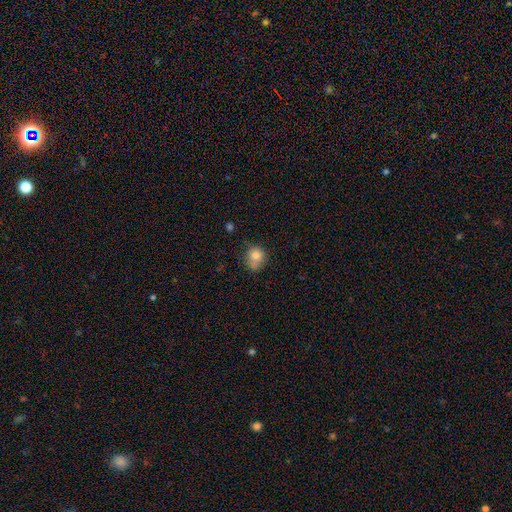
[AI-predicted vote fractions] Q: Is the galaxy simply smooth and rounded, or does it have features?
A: smooth — 78%.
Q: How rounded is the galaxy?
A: round — 76%.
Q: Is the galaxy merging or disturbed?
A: none — 47%.